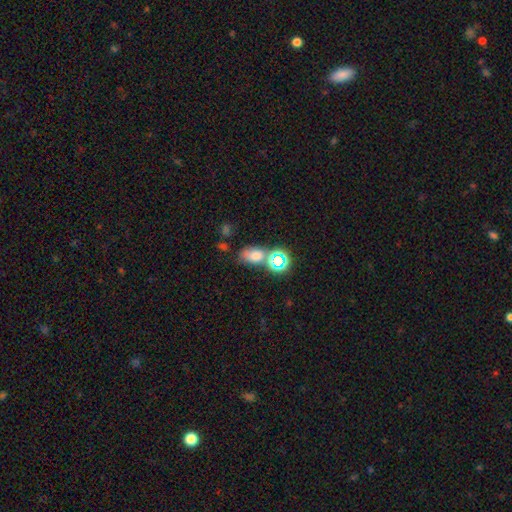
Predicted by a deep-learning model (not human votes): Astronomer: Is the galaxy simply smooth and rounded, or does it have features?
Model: smooth — 64%.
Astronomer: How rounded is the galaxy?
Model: in between — 76%.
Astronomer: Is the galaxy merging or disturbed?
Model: none — 52%.